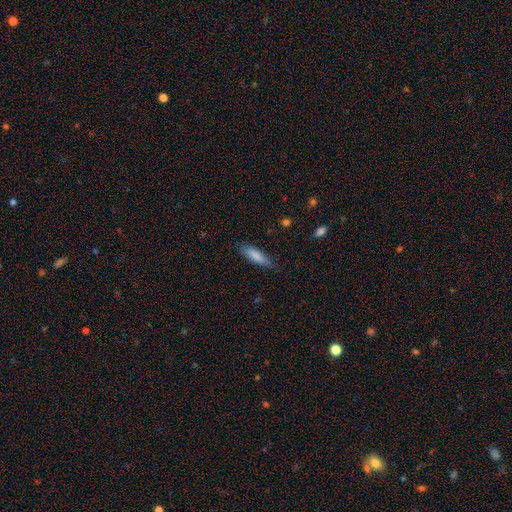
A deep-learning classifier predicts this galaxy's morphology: This appears to be a smooth galaxy with no disk features (82%) that is cigar-shaped (59%). Merging: none (73%).